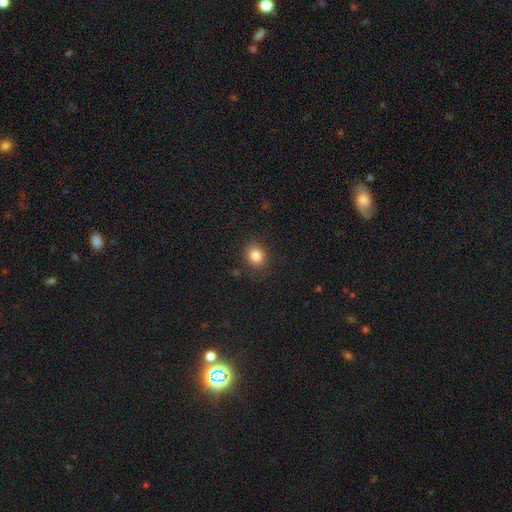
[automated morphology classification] A smooth galaxy with no disk features (83%) that is round (69%).

Vote fractions:
- Smooth or featured? smooth: 83% / star or artifact: 11% / featured or disk: 5%
- How rounded? round: 69% / in between: 30% / cigar-shaped: 1%
- Merging? none: 85% / minor disturbance: 10% / major disturbance: 3% / merger: 1%